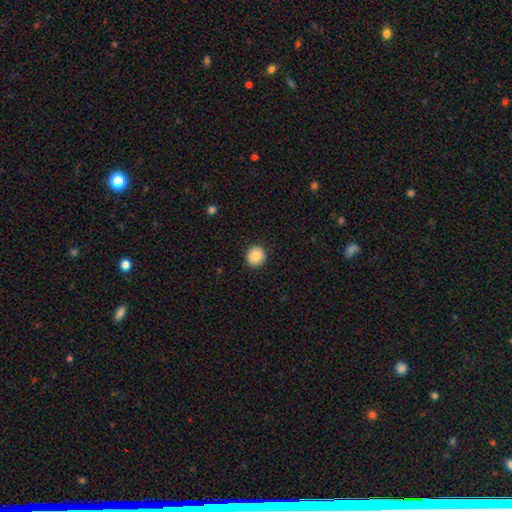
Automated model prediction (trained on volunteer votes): The model was most divided on "smooth or featured": smooth: 84%, star or artifact: 8%, featured or disk: 8%. More confident: how rounded — round (94%); merging — none (92%).